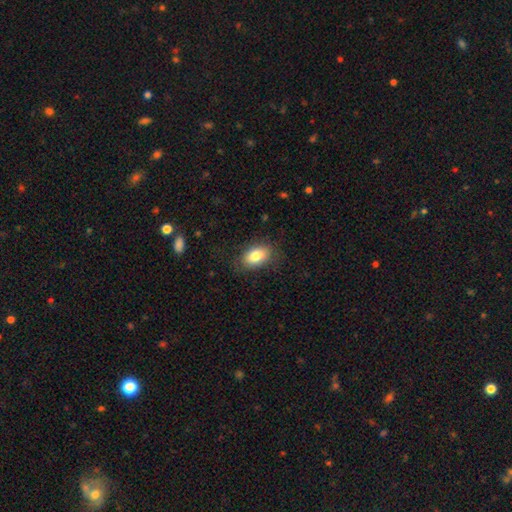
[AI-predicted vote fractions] Morphology: type=smooth (81%); roundness=in between (89%); merging=none (80%).